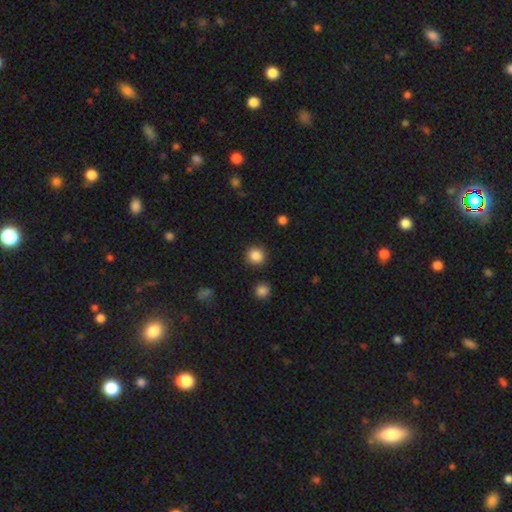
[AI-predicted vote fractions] smooth 87%, star or artifact 10%, featured or disk 3%. Down the decision tree: how rounded — round (89%); merging — none (89%).